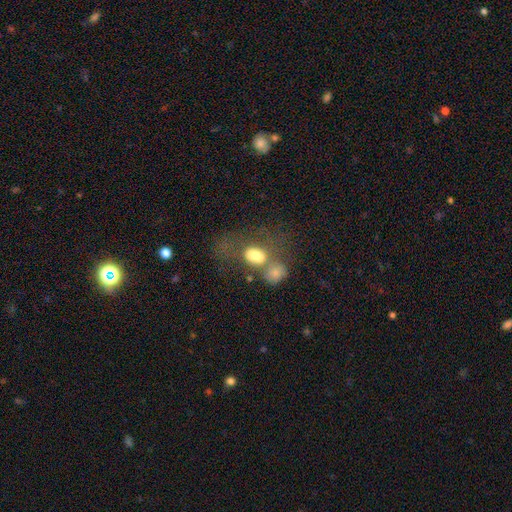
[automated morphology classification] Smooth or featured: smooth — 74% (featured or disk — 16%)
How rounded: in between — 78% (round — 20%)
Merging: merger — 45% (none — 25%)